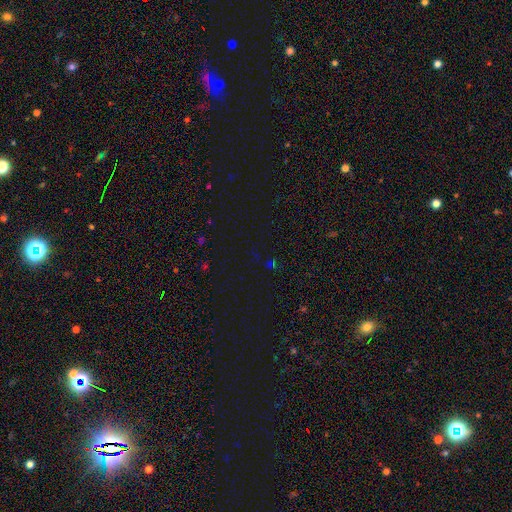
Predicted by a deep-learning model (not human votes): This is likely a star or artifact rather than a galaxy (69%).